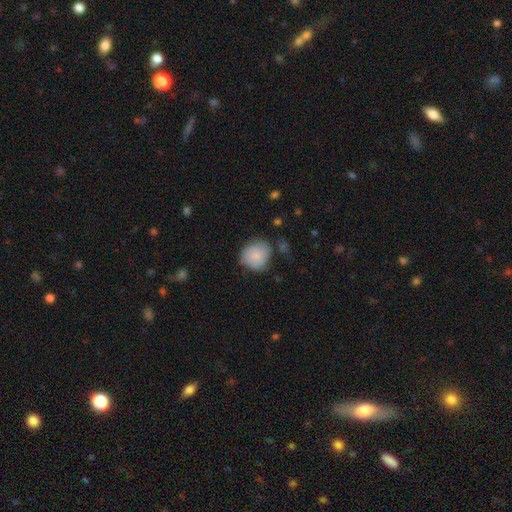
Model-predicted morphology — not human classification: The model was most divided on "merging": none: 62%, minor disturbance: 27%, major disturbance: 7%, merger: 4%. More confident: smooth or featured — smooth (82%); how rounded — round (80%).